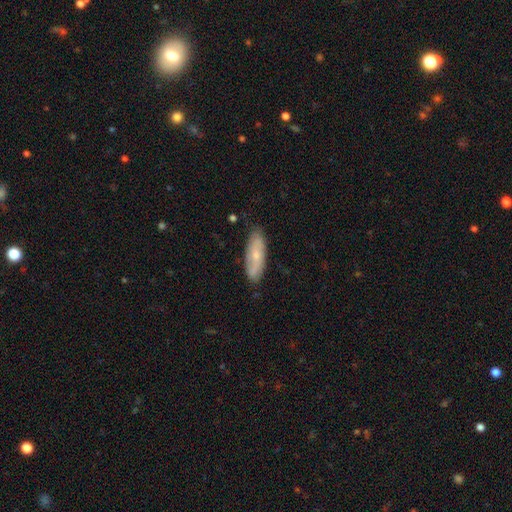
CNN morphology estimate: Smooth or featured? smooth (53%)
How rounded? in between (52%)
Merging? none (80%)